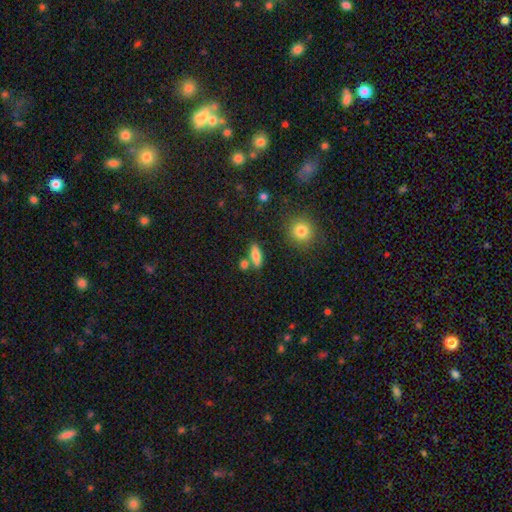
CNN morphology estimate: Smooth or featured?
  - smooth: 73% *
  - featured or disk: 18%
  - star or artifact: 9%
How rounded?
  - in between: 57% *
  - cigar-shaped: 37%
  - round: 6%
Merging?
  - none: 72% *
  - merger: 13%
  - minor disturbance: 11%
  - major disturbance: 3%